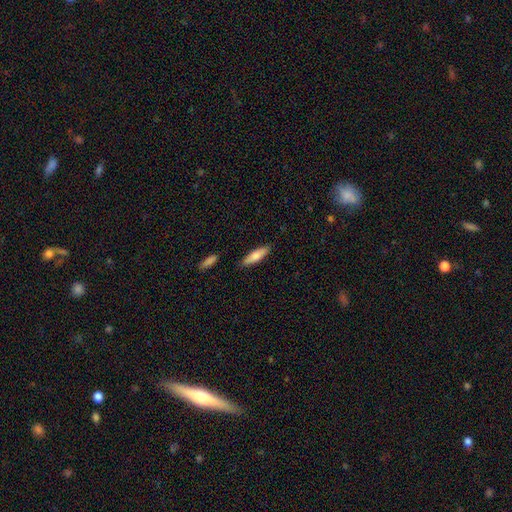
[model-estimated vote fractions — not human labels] Overall: smooth (73%). How rounded: cigar-shaped (64%; in between 34%). Merging: none (85%).